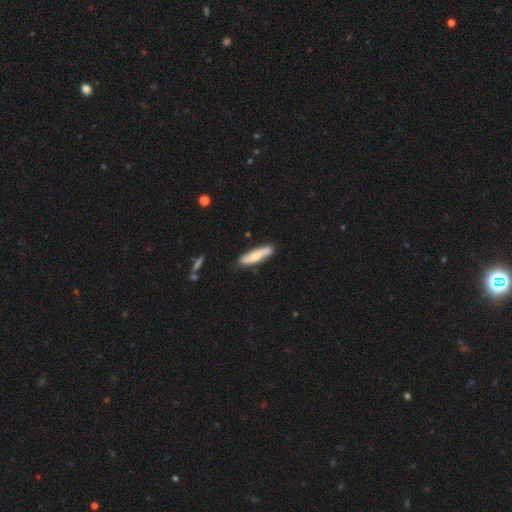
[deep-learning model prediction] A smooth galaxy with no disk features (64%) that is cigar-shaped (77%). Merging: none (82%).